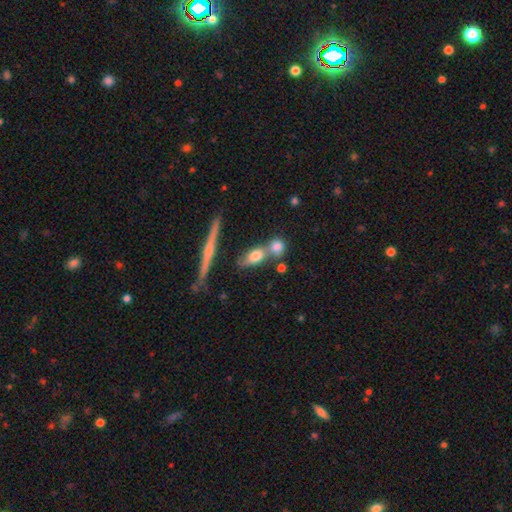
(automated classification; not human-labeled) The model was most divided on "merging": none: 46%, merger: 38%, minor disturbance: 11%, major disturbance: 5%. Remaining: smooth or featured — smooth (69%); how rounded — in between (46%).